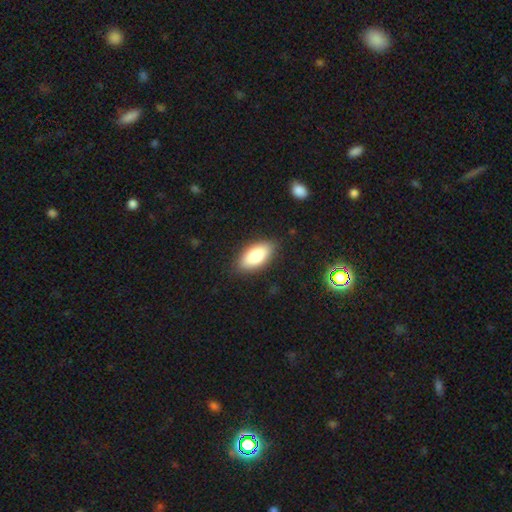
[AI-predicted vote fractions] Overall: smooth (80%). How rounded: in between (91%). Merging: none (86%).